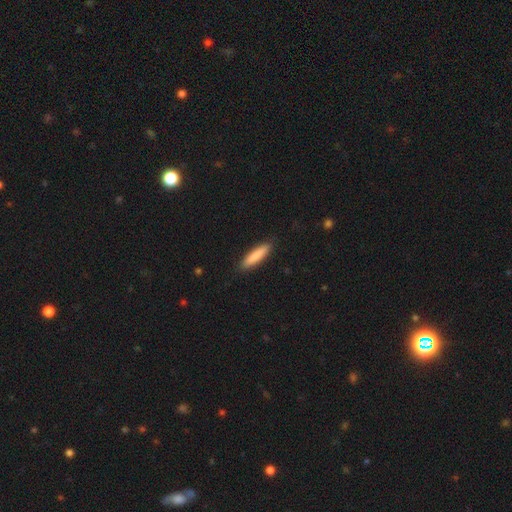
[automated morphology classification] A smooth galaxy with no disk features (86%) that is cigar-shaped (78%). Merging: none (89%).